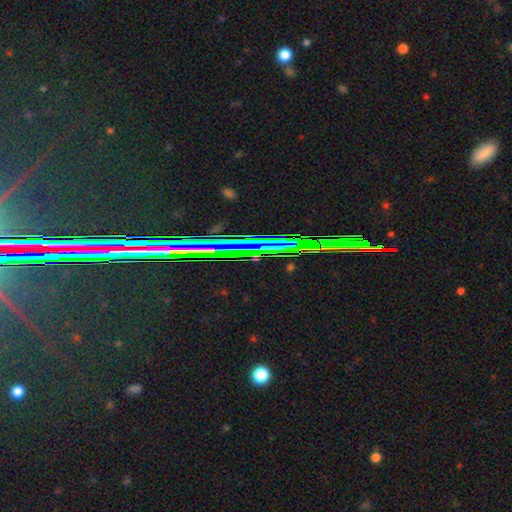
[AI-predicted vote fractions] Morphology: type=star or artifact (74%).